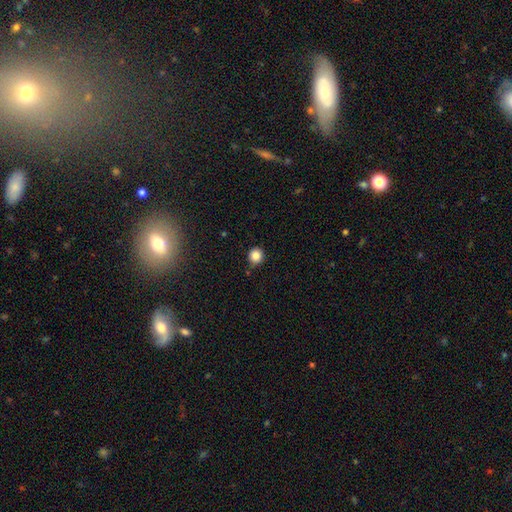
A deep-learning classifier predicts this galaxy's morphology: type=smooth (85%); roundness=round (90%); merging=none (83%).